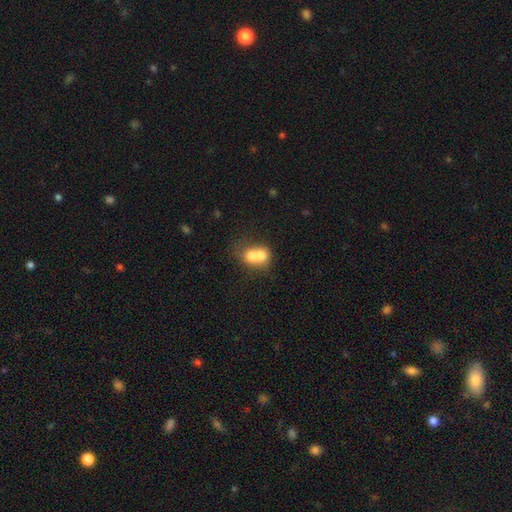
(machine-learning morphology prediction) This appears to be a smooth galaxy with no disk features (68%) that is round (60%). Merging: merger (74%).